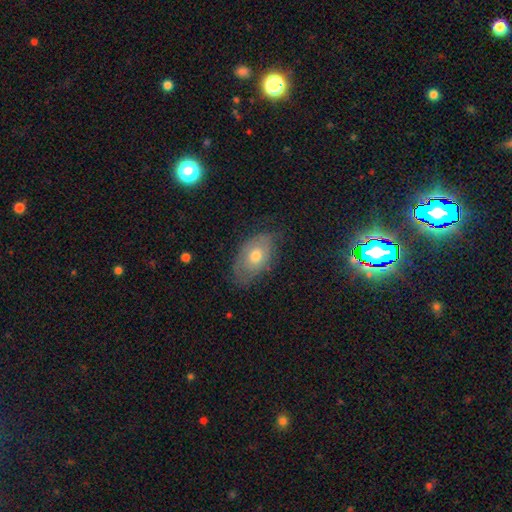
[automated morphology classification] Q: Smooth or featured?
A: smooth (54%); runner-up: featured or disk (37%)
Q: How rounded?
A: in between (90%); runner-up: round (8%)
Q: Merging?
A: none (66%); runner-up: minor disturbance (25%)